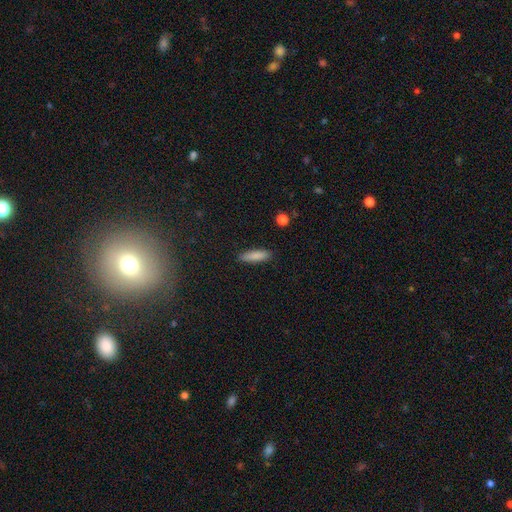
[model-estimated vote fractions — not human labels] Smooth or featured: smooth — 86% (featured or disk — 8%)
How rounded: cigar-shaped — 70% (in between — 29%)
Merging: none — 88% (minor disturbance — 8%)